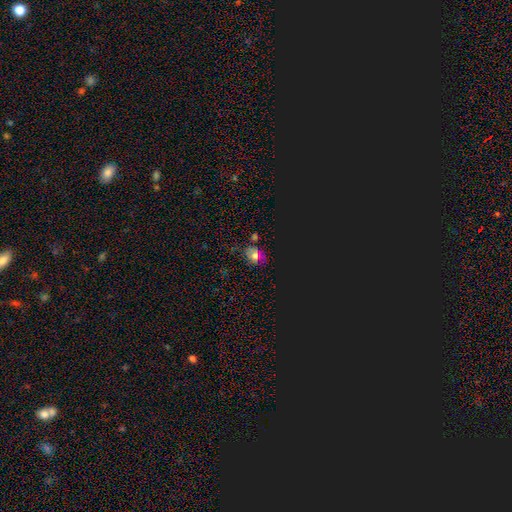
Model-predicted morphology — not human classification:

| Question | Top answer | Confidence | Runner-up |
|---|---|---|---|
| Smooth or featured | smooth | 46% | star or artifact (41%) |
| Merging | none | 74% | minor disturbance (16%) |